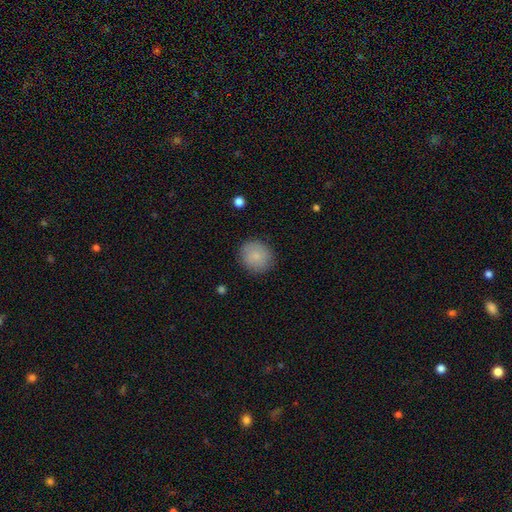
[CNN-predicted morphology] smooth_or_featured: smooth (p=0.85) [alt: featured or disk p=0.08]
how_rounded: round (p=0.84) [alt: in between p=0.15]
merging: none (p=0.87) [alt: minor disturbance p=0.09]